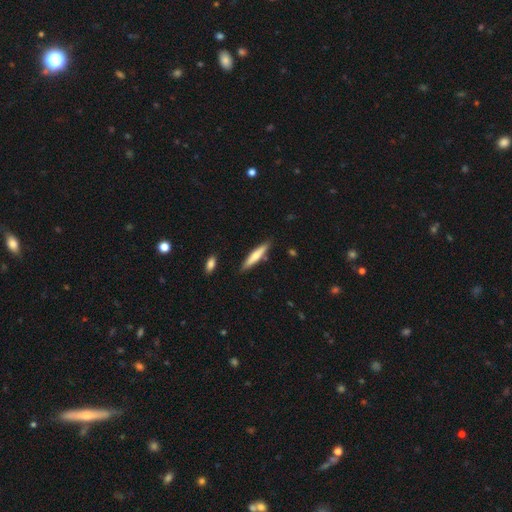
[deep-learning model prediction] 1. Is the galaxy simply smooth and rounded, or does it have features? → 62% smooth, 32% featured or disk, 6% star or artifact.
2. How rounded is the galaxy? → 87% cigar-shaped, 11% in between, 1% round.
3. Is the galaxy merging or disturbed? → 85% none, 10% minor disturbance, 3% merger, 2% major disturbance.